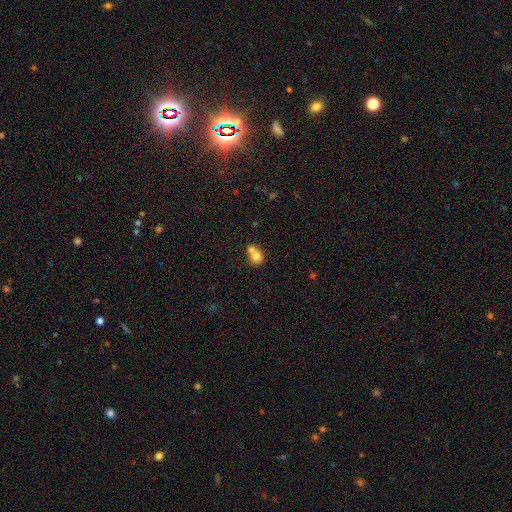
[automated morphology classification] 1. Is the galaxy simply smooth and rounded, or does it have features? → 75% smooth, 15% featured or disk, 10% star or artifact.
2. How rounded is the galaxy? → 68% round, 31% in between, 1% cigar-shaped.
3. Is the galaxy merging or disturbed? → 63% merger, 27% none, 7% minor disturbance, 3% major disturbance.